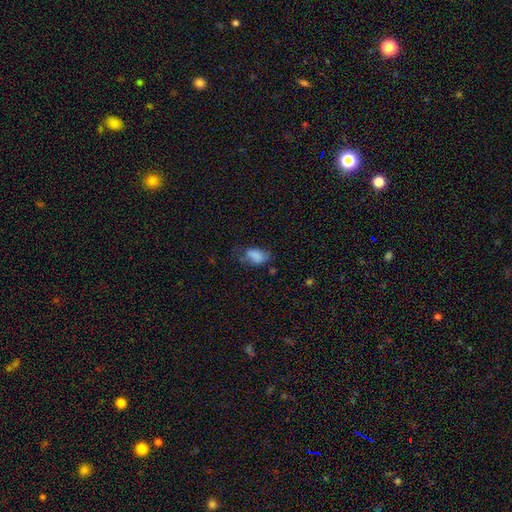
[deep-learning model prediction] smooth 80%, featured or disk 10%, star or artifact 9%. Down the decision tree: how rounded — in between (89%); merging — none (44%).